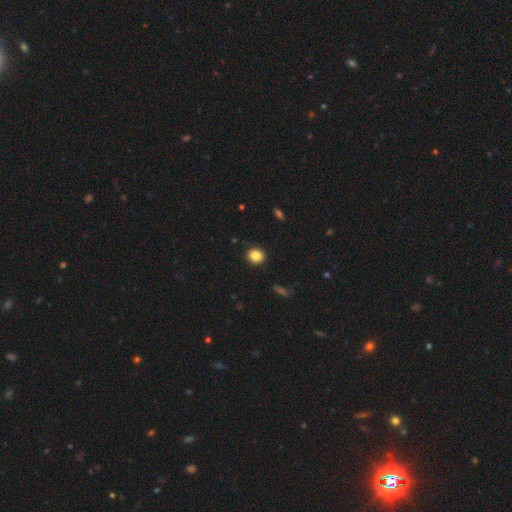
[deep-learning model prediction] This appears to be a smooth galaxy with no disk features (86%) that is round (79%). Merging: none (89%).